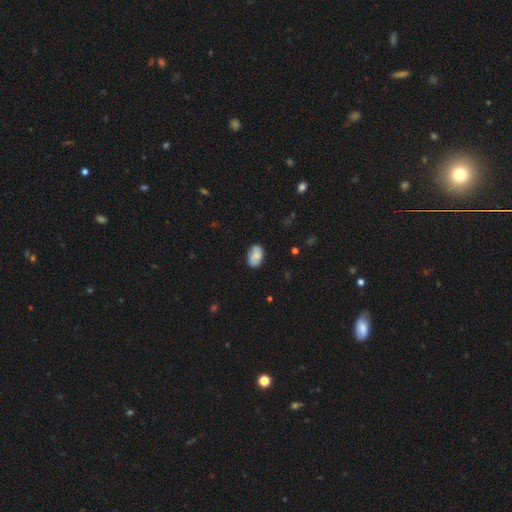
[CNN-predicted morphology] Smooth or featured?
  - smooth: 77% *
  - featured or disk: 16%
  - star or artifact: 7%
How rounded?
  - in between: 89% *
  - round: 10%
  - cigar-shaped: 1%
Merging?
  - none: 74% *
  - minor disturbance: 20%
  - major disturbance: 3%
  - merger: 3%